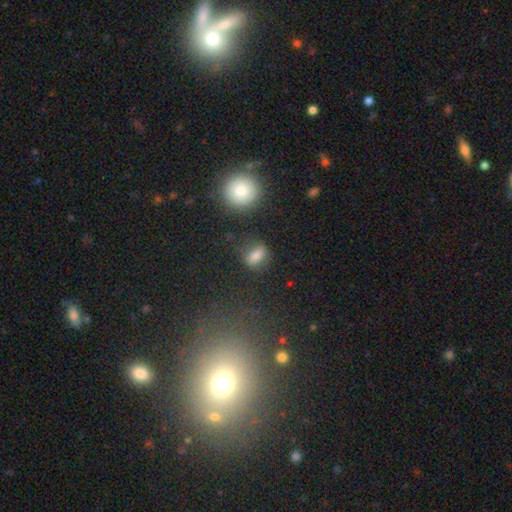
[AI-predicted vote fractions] smooth_or_featured: smooth (p=0.73) [alt: star or artifact p=0.14]
how_rounded: in between (p=0.65) [alt: round p=0.27]
merging: none (p=0.71) [alt: minor disturbance p=0.18]